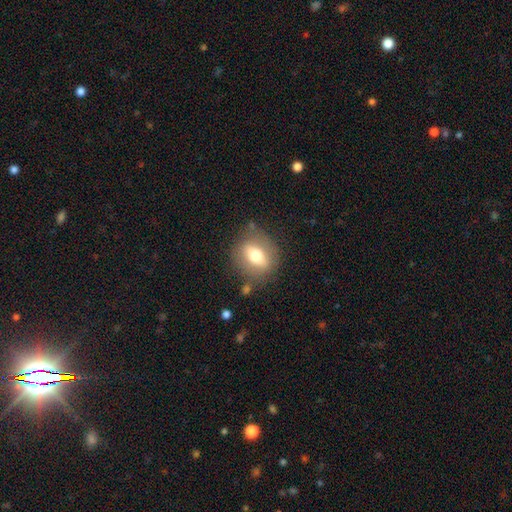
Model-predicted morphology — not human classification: Overall: smooth (58%; featured or disk 34%). How rounded: in between (48%; round 47%). Merging: none (76%).